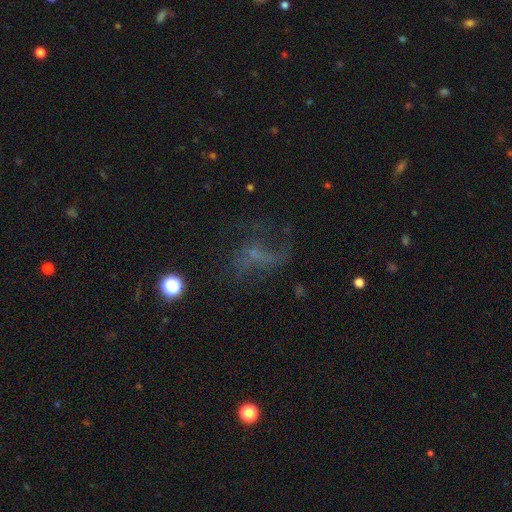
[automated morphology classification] This appears to be a featured or disk galaxy (49%). Merging: none (43%).